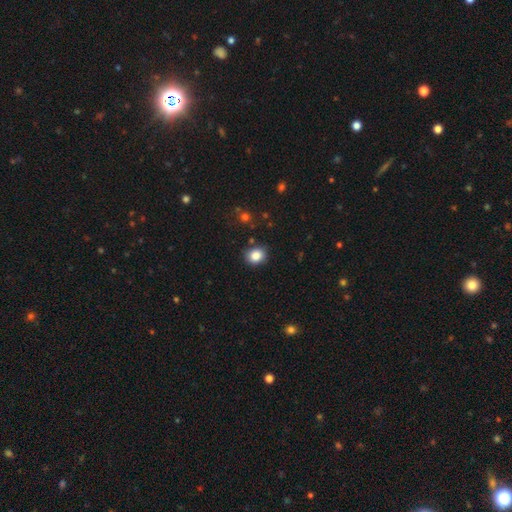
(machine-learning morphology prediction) Smooth or featured? smooth (85%)
How rounded? round (71%)
Merging? none (86%)